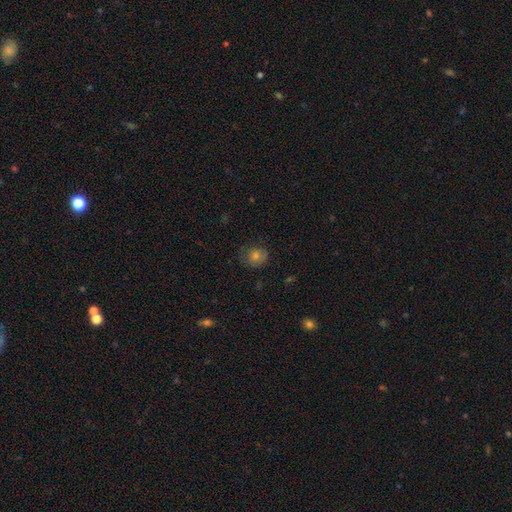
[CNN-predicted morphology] smooth_or_featured: smooth (p=0.57) [alt: featured or disk p=0.26]
how_rounded: round (p=0.74) [alt: in between p=0.25]
merging: none (p=0.71) [alt: minor disturbance p=0.19]